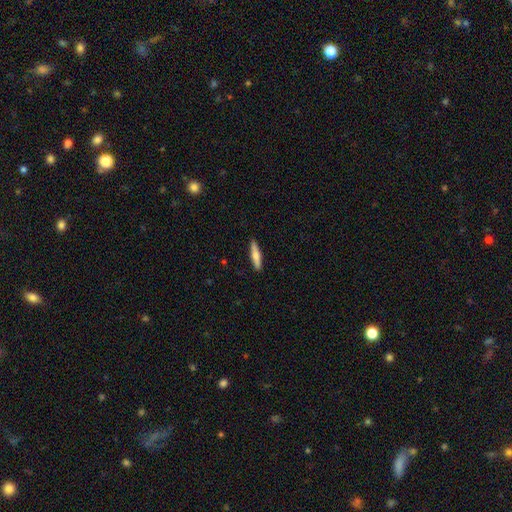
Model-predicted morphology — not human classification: Smooth or featured? smooth (59%)
How rounded? cigar-shaped (84%)
Merging? none (90%)